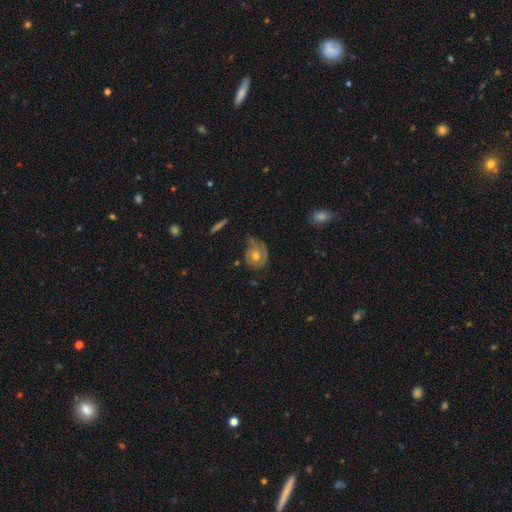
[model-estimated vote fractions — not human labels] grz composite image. It shows a featured or disk galaxy (69%) with no bar (77%), 1 (46%) tight (59%) spiral arms (83%) and a moderate central bulge (71%). Merging: none (58%).